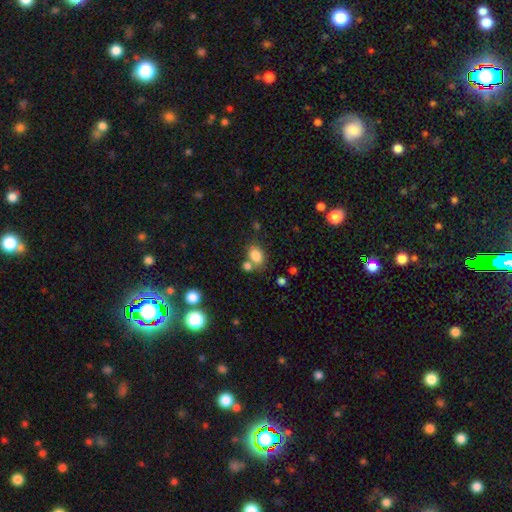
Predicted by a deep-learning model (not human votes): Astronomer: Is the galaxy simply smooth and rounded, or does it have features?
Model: smooth — 82%.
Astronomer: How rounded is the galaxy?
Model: in between — 74%.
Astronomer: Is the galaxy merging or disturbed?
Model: none — 57%.